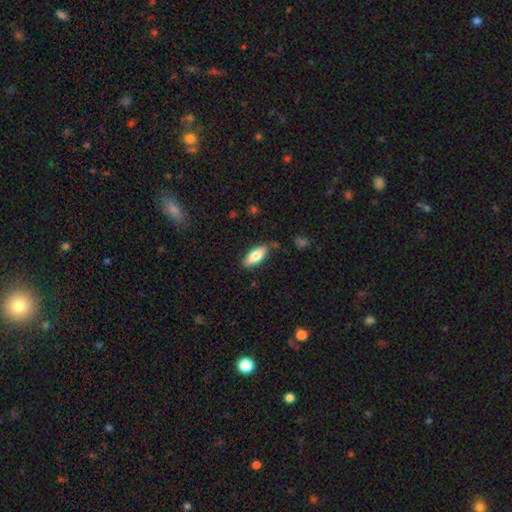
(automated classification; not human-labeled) Smooth or featured: smooth — 78% (featured or disk — 16%)
How rounded: in between — 84% (cigar-shaped — 14%)
Merging: none — 82% (minor disturbance — 14%)